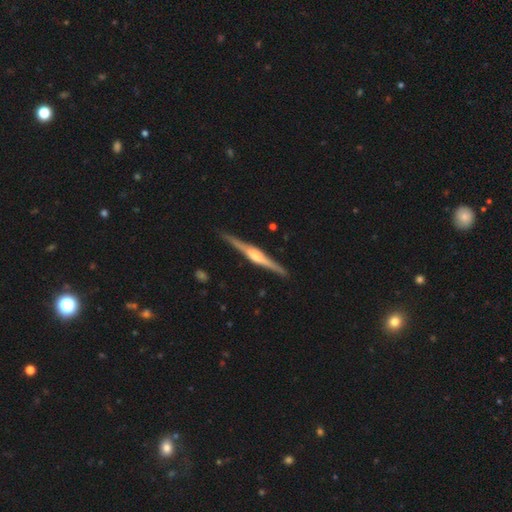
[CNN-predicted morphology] Smooth or featured? featured or disk (83%)
Edge-on disk? yes (98%)
Edge-on bulge? rounded (75%)
Merging? none (90%)